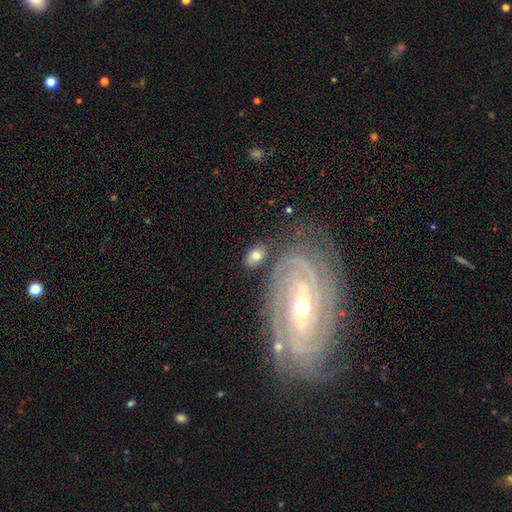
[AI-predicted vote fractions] smooth_or_featured: smooth (p=0.67) [alt: featured or disk p=0.25]
how_rounded: in between (p=0.88) [alt: round p=0.10]
merging: none (p=0.72) [alt: minor disturbance p=0.15]